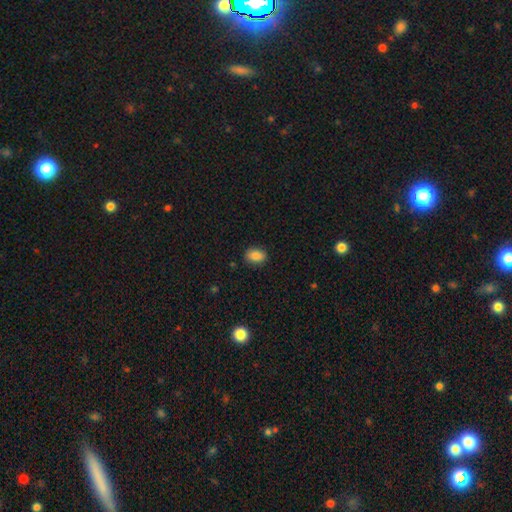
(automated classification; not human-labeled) Q: Smooth or featured?
A: smooth (85%); runner-up: star or artifact (9%)
Q: How rounded?
A: in between (76%); runner-up: round (23%)
Q: Merging?
A: none (88%); runner-up: minor disturbance (9%)